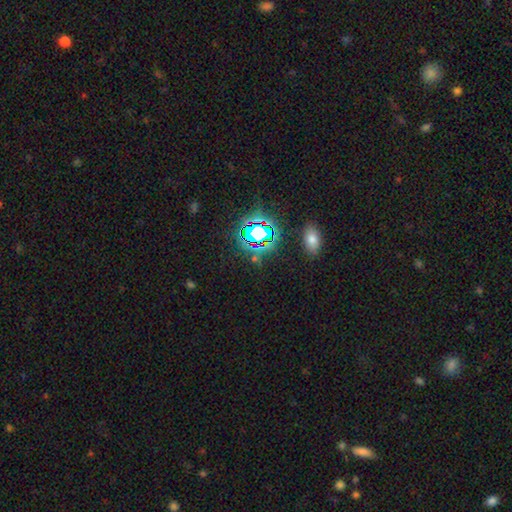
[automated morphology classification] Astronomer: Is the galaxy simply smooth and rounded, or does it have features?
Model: star or artifact — 71%.